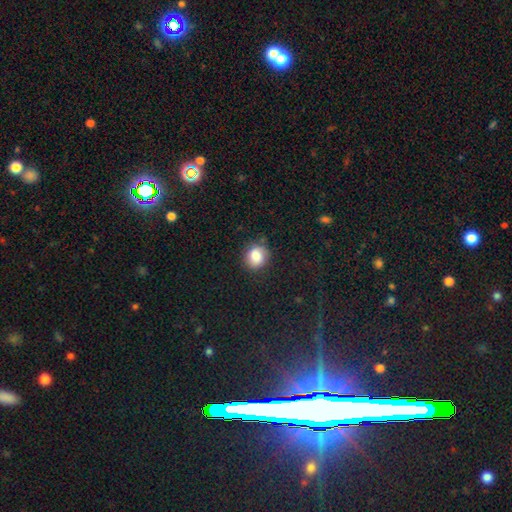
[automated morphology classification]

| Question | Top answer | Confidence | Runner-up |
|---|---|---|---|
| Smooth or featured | smooth | 84% | star or artifact (10%) |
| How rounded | round | 76% | in between (23%) |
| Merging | none | 81% | minor disturbance (14%) |